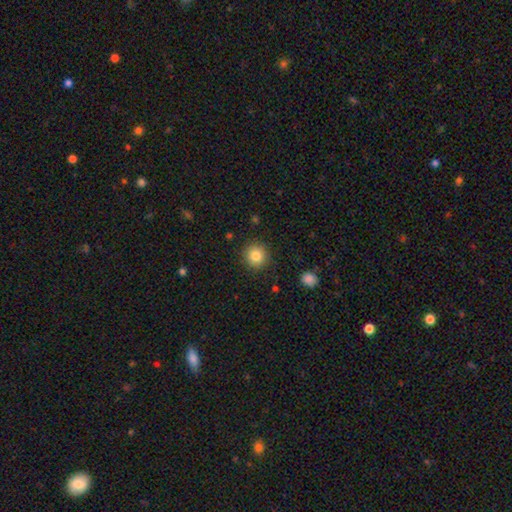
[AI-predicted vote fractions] Smooth or featured? Predicted: smooth (p=0.83). How rounded? Predicted: round (p=0.93). Merging? Predicted: none (p=0.90).